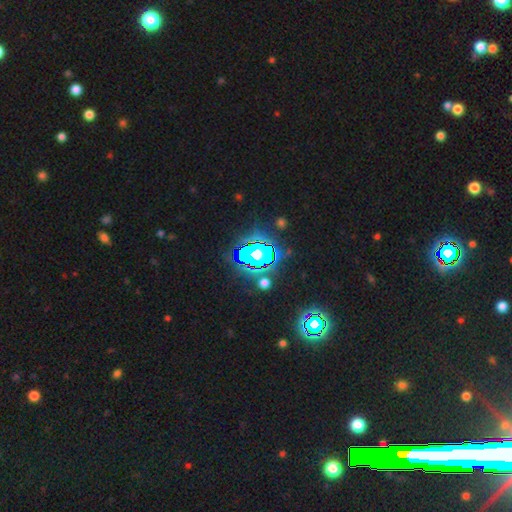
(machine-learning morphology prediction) smooth_or_featured: star or artifact (p=0.83) [alt: smooth p=0.09]